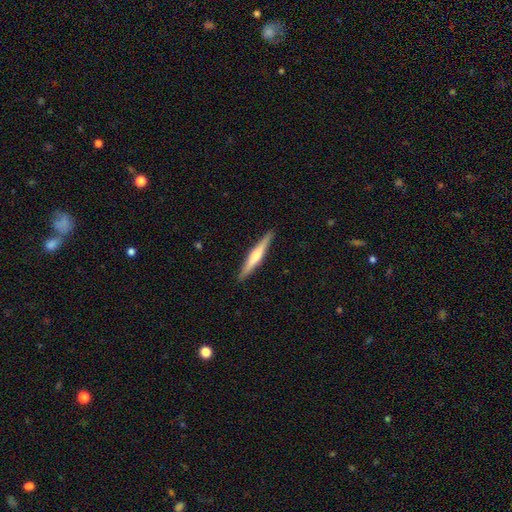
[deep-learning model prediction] featured or disk 60%, smooth 35%, star or artifact 5%. Down the decision tree: edge-on disk — yes (98%); edge-on bulge — rounded (79%); merging — none (92%).